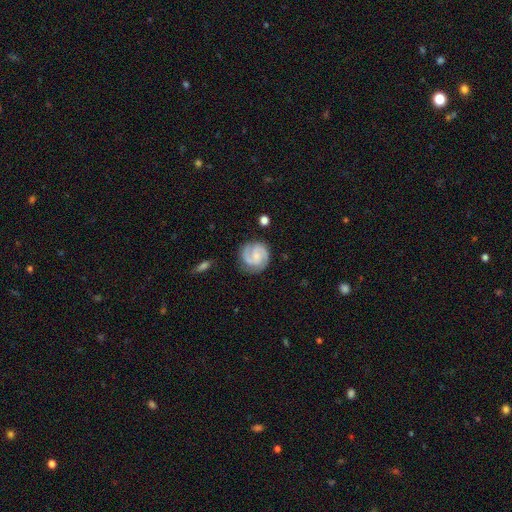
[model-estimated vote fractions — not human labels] smooth-or-featured: featured or disk: 82% | smooth: 13% | star or artifact: 5%
  disk-edge-on: no: 98% | yes: 2%
    bar: no: 50% | weak: 41% | strong: 10%
    has-spiral-arms: yes: 97% | no: 3%
      spiral-winding: tight: 46% | medium: 44% | loose: 10%
      spiral-arm-count: 2: 80% | 3: 9% | can't tell: 5% | 1: 3% | 4: 2% | more than 4: 2%
    bulge-size: small: 44% | none: 34% | moderate: 19% | large: 3% | dominant: 1%
  merging: none: 79% | minor disturbance: 14% | major disturbance: 5% | merger: 2%